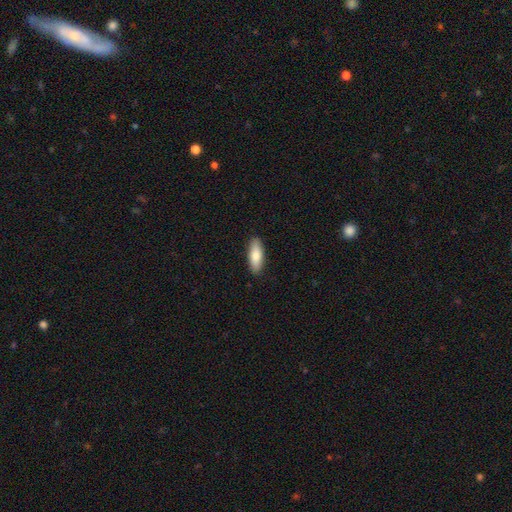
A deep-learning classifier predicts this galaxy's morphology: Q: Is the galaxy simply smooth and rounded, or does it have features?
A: smooth — 81%.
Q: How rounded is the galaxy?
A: in between — 63%.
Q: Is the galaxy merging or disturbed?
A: none — 89%.